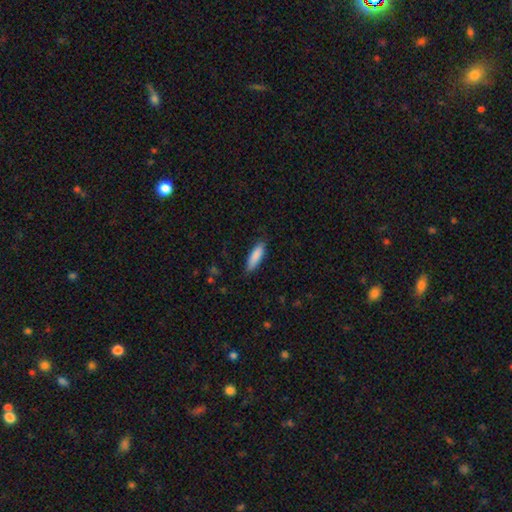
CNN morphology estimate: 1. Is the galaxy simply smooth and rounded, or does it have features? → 87% smooth, 8% featured or disk, 6% star or artifact.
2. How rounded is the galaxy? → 55% cigar-shaped, 43% in between, 1% round.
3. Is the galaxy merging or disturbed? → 81% none, 15% minor disturbance, 3% major disturbance, 1% merger.